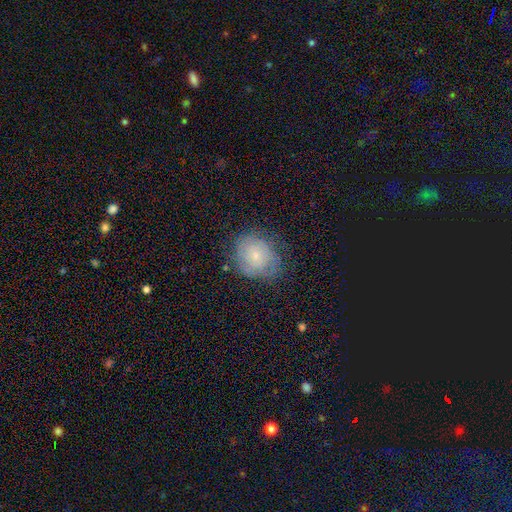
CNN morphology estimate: Smooth or featured: featured or disk — 46% (smooth — 45%)
Merging: none — 67% (minor disturbance — 23%)